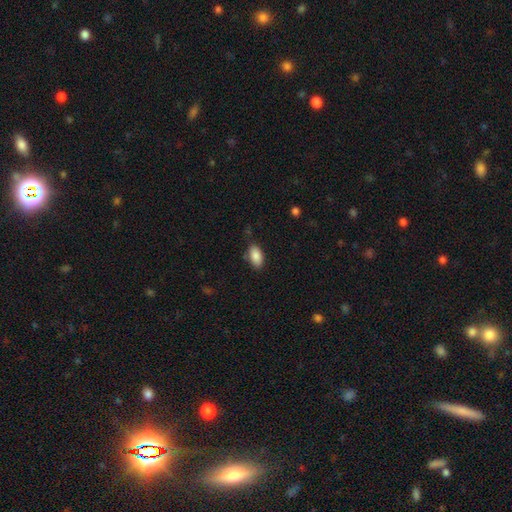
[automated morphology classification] This is clearly a smooth galaxy (87%). How rounded: clearly in between (93%). Merging: likely none (79%).